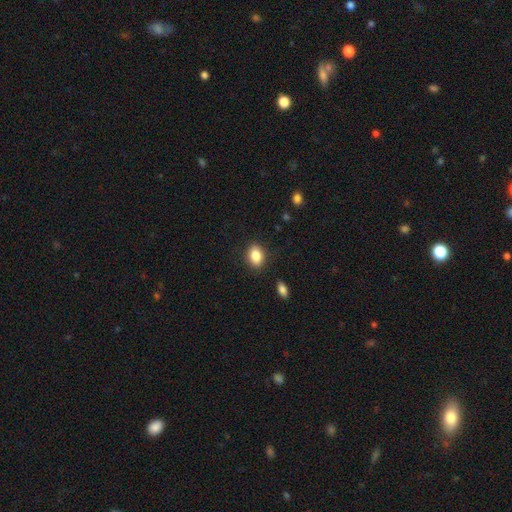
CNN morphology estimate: smooth-or-featured: smooth: 86% | star or artifact: 8% | featured or disk: 6%
  how-rounded: in between: 80% | round: 19% | cigar-shaped: 2%
  merging: none: 87% | minor disturbance: 9% | major disturbance: 3% | merger: 1%